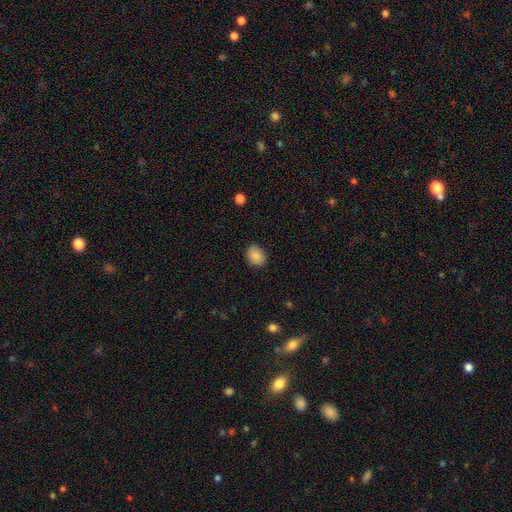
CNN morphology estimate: smooth-or-featured: smooth: 88% | star or artifact: 8% | featured or disk: 4%
  how-rounded: in between: 55% | round: 44% | cigar-shaped: 1%
  merging: none: 88% | minor disturbance: 8% | major disturbance: 2% | merger: 1%